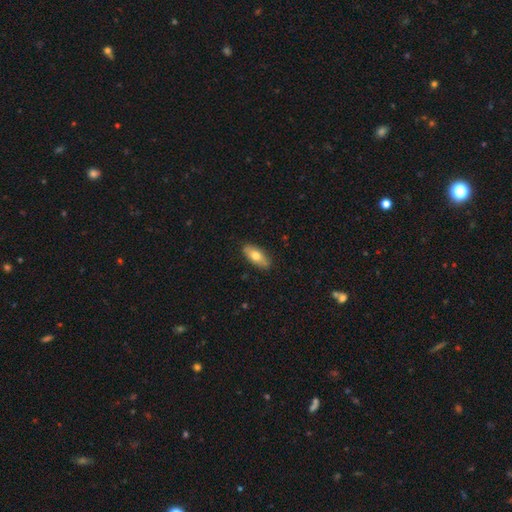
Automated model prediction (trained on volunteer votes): Q: Smooth or featured?
A: smooth (67%); runner-up: featured or disk (27%)
Q: How rounded?
A: in between (77%); runner-up: cigar-shaped (20%)
Q: Merging?
A: none (86%); runner-up: minor disturbance (11%)